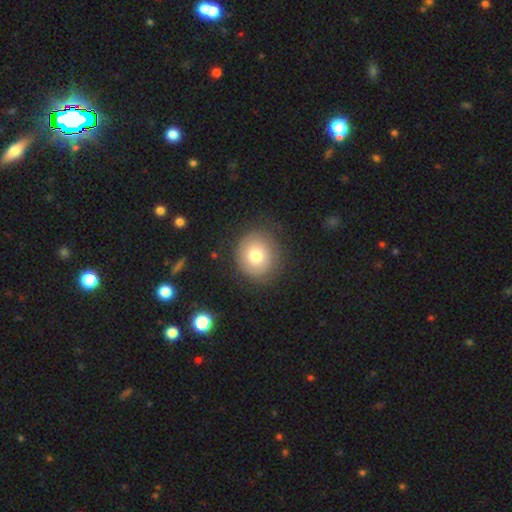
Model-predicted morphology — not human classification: type=smooth (72%); roundness=round (87%); merging=none (81%).